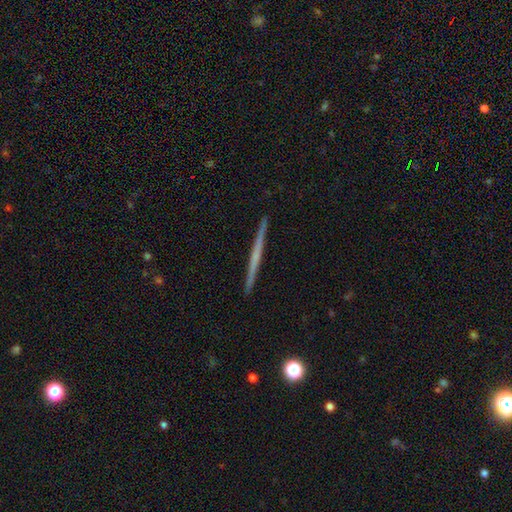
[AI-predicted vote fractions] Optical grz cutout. It shows a featured or disk galaxy (61%) viewed edge-on (98%) with no central bulge (85%). Merging: none (93%).